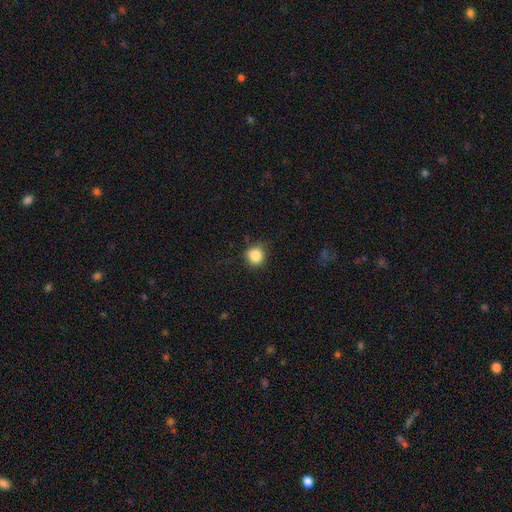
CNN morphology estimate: A smooth galaxy with no disk features (85%) that is round (87%).

Vote fractions:
- Smooth or featured? smooth: 85% / star or artifact: 10% / featured or disk: 5%
- How rounded? round: 87% / in between: 12% / cigar-shaped: 1%
- Merging? none: 78% / minor disturbance: 17% / major disturbance: 4% / merger: 1%